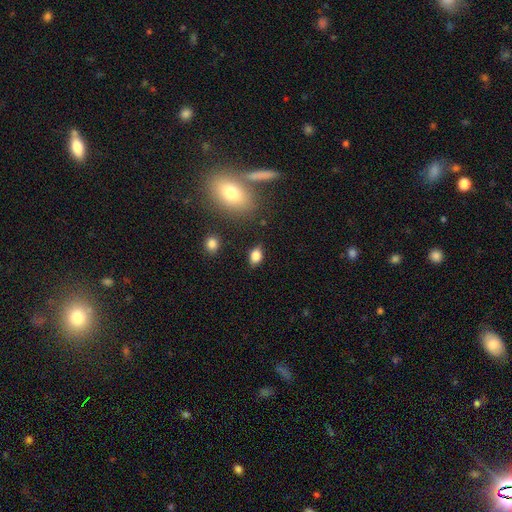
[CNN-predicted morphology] Smooth or featured?
  - smooth: 83% *
  - star or artifact: 11%
  - featured or disk: 7%
How rounded?
  - in between: 79% *
  - round: 18%
  - cigar-shaped: 2%
Merging?
  - none: 79% *
  - minor disturbance: 14%
  - major disturbance: 4%
  - merger: 3%